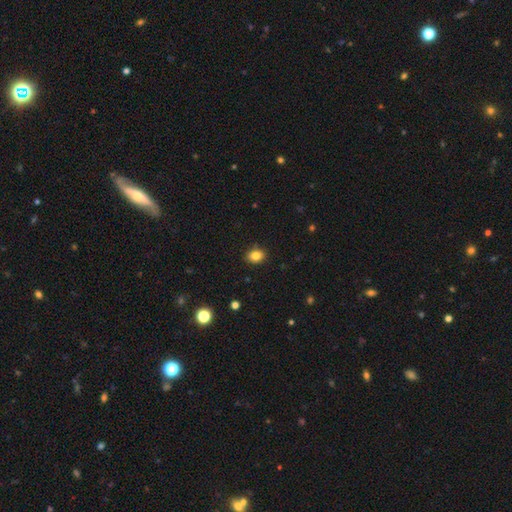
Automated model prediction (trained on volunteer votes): smooth_or_featured: smooth (p=0.84) [alt: star or artifact p=0.10]
how_rounded: in between (p=0.57) [alt: round p=0.42]
merging: none (p=0.88) [alt: minor disturbance p=0.08]